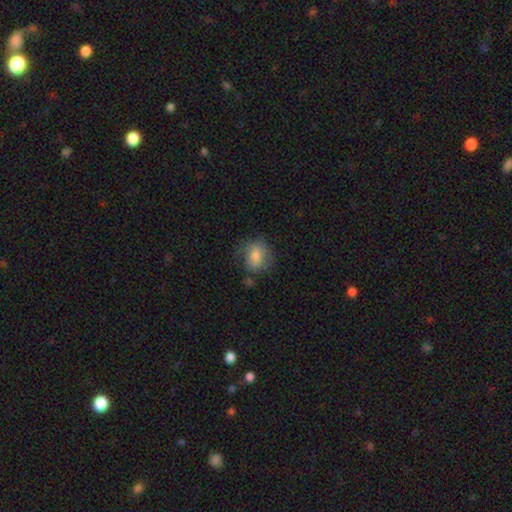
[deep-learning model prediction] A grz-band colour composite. It shows a smooth galaxy with no disk features (70%) that is in between round and cigar-shaped (58%). Merging: none (58%).